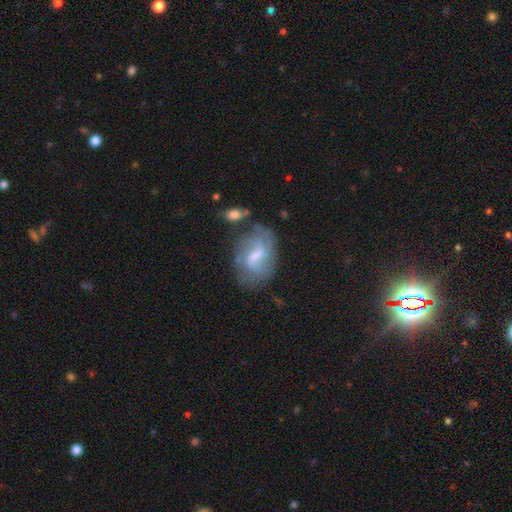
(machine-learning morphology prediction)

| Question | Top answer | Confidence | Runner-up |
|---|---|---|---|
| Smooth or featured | featured or disk | 59% | smooth (32%) |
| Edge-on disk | no | 95% | yes (5%) |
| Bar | weak | 56% | strong (24%) |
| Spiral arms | yes | 70% | no (30%) |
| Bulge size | moderate | 38% | small (35%) |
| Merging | none | 53% | minor disturbance (25%) |